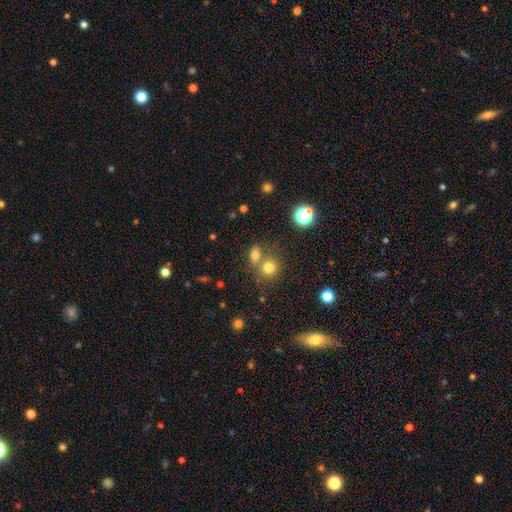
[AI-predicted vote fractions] Morphology: type=smooth (68%); roundness=in between (51%); merging=none (48%).